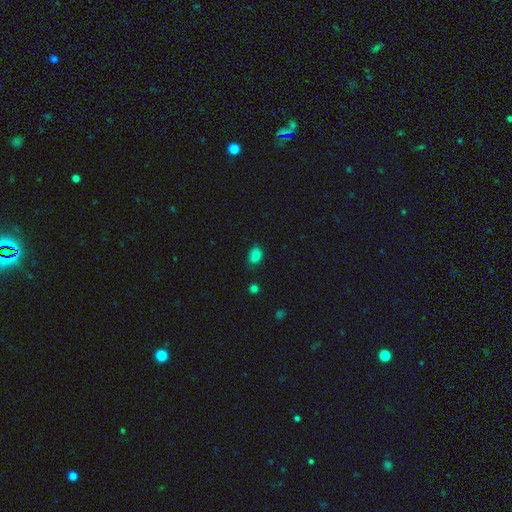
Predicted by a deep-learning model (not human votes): smooth-or-featured: smooth: 80% | star or artifact: 15% | featured or disk: 5%
  how-rounded: in between: 75% | round: 24% | cigar-shaped: 1%
  merging: none: 64% | minor disturbance: 27% | major disturbance: 6% | merger: 3%